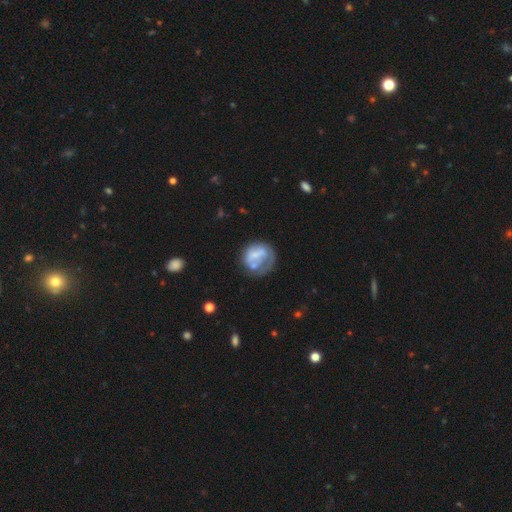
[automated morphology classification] This appears to be a featured or disk galaxy (48%). Merging: none (40%).